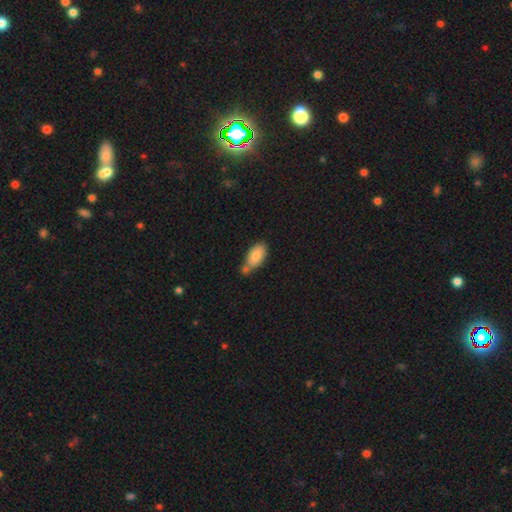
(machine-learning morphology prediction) smooth_or_featured: smooth (p=0.83) [alt: featured or disk p=0.10]
how_rounded: in between (p=0.91) [alt: cigar-shaped p=0.06]
merging: none (p=0.48) [alt: merger p=0.29]